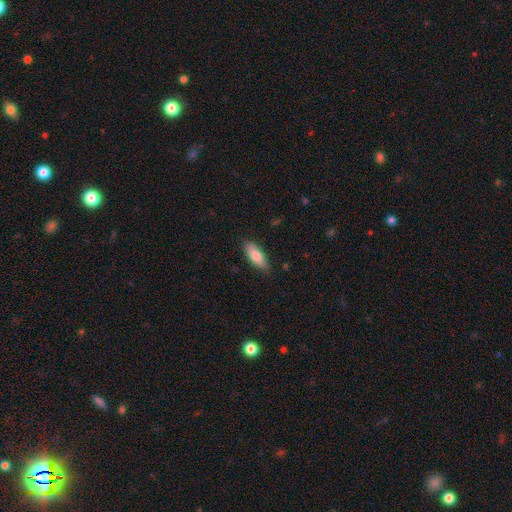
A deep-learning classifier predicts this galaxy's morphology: This appears to be a smooth galaxy with no disk features (81%) that is in between round and cigar-shaped (72%). Merging: none (83%).